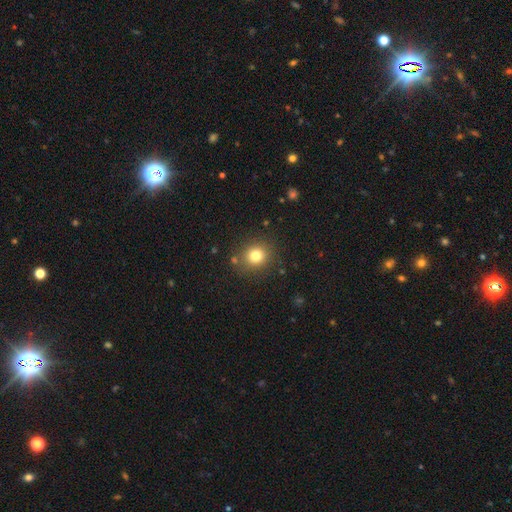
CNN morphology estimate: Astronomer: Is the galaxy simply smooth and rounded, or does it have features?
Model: smooth — 78%.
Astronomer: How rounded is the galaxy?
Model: round — 83%.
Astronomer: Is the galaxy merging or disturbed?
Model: none — 85%.